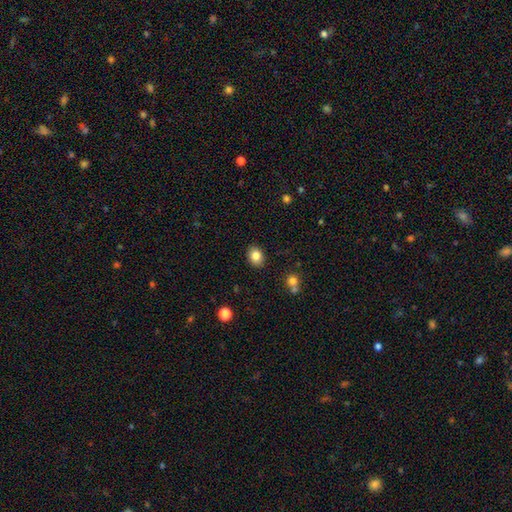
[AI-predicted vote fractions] Smooth or featured? smooth (83%)
How rounded? in between (58%)
Merging? none (88%)